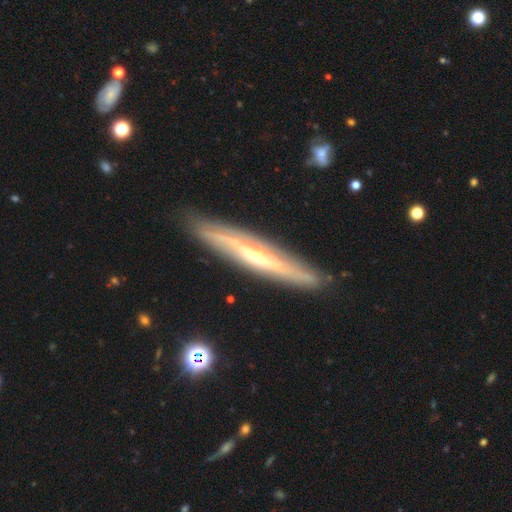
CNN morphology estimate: A featured or disk galaxy (75%) viewed edge-on (84%) with a rounded central bulge (71%). Merging: none (85%).